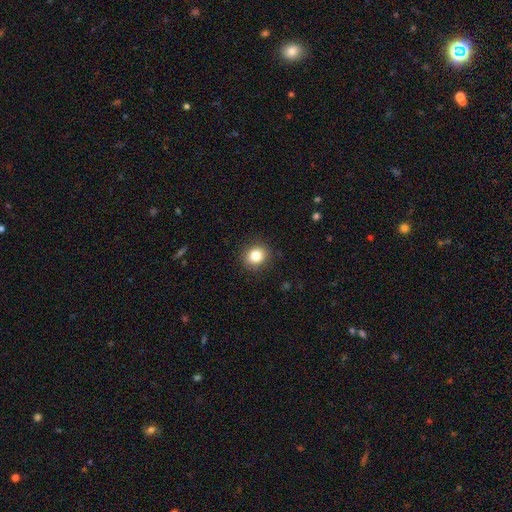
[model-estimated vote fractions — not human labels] Morphology: type=smooth (83%); roundness=round (82%); merging=none (90%).